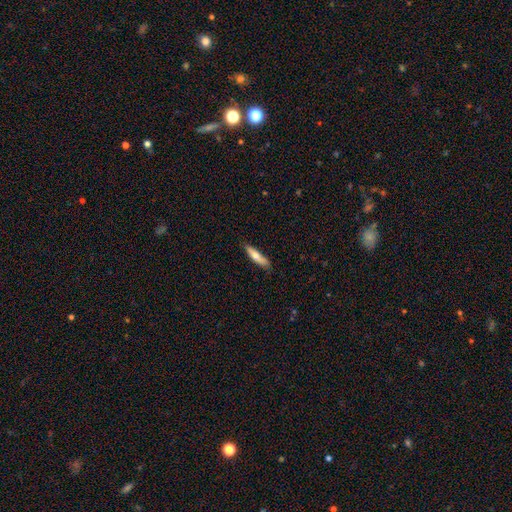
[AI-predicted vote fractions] This appears to be a smooth galaxy with no disk features (68%) that is cigar-shaped (77%). Merging: none (84%).